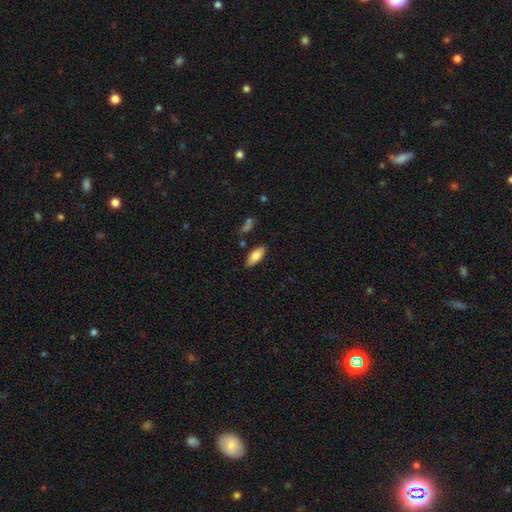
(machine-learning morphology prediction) The model was most divided on "how rounded": in between: 82%, cigar-shaped: 16%, round: 2%. More confident: merging — none (85%); smooth or featured — smooth (82%).